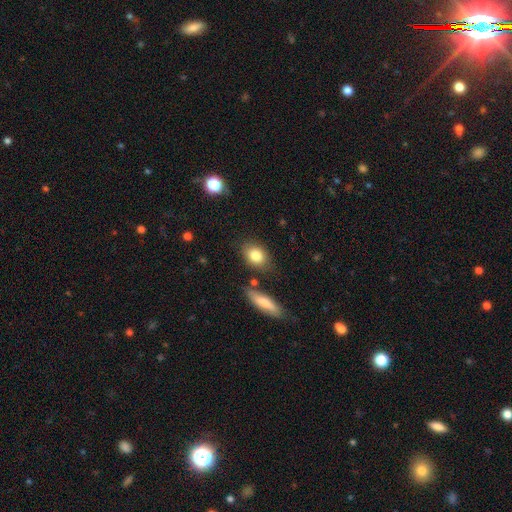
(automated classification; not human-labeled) Overall: smooth (82%). How rounded: in between (71%). Merging: none (76%).